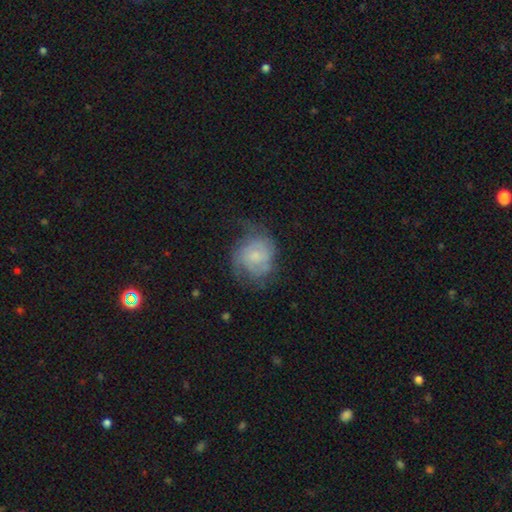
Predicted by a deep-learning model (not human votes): Smooth or featured? Predicted: featured or disk (p=0.56). Edge-on disk? Predicted: no (p=0.98). Bar? Predicted: no (p=0.70). Spiral arms? Predicted: yes (p=0.79). Bulge size? Predicted: small (p=0.55). Merging? Predicted: none (p=0.48).